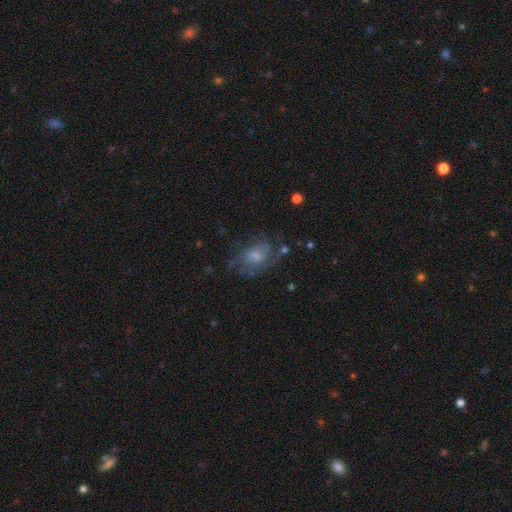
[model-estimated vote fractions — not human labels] Morphology: type=featured or disk (61%); edge-on=no (97%); bar=no (71%); spiral arms=yes (75%); bulge=moderate (41%); merging=none (53%).